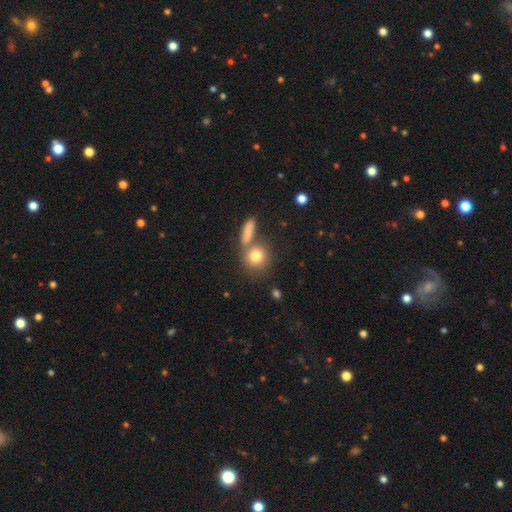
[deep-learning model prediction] This appears to be a smooth galaxy with no disk features (79%) that is round (81%). Merging: none (58%).